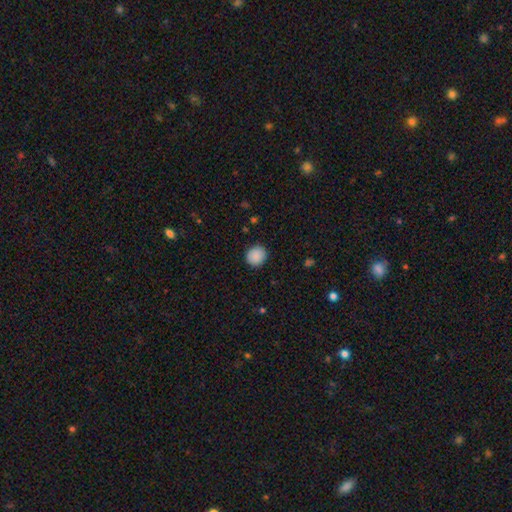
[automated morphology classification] type=smooth (89%); roundness=round (89%); merging=none (90%).